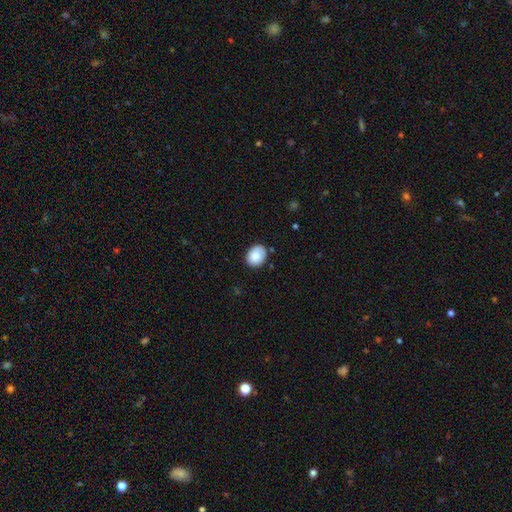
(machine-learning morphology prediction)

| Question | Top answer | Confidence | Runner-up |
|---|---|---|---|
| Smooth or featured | smooth | 85% | star or artifact (8%) |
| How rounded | round | 51% | in between (48%) |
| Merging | none | 81% | minor disturbance (14%) |